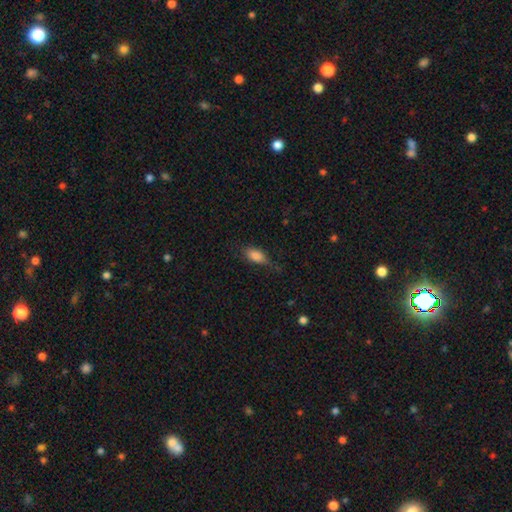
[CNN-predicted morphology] Smooth or featured? smooth (84%)
How rounded? in between (85%)
Merging? none (66%)